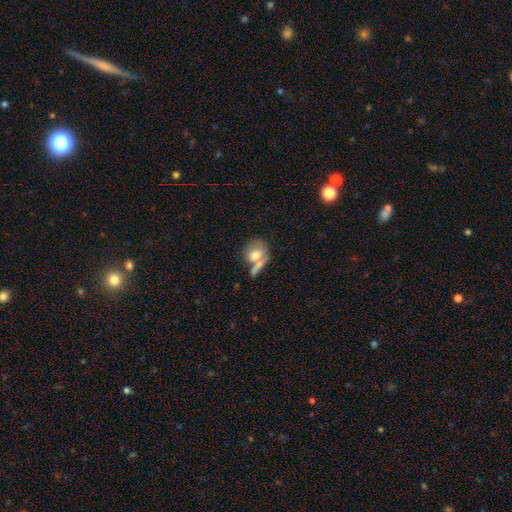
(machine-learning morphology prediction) smooth-or-featured: smooth: 72% | featured or disk: 21% | star or artifact: 7%
  how-rounded: round: 51% | in between: 46% | cigar-shaped: 3%
  merging: merger: 43% | none: 34% | minor disturbance: 13% | major disturbance: 10%